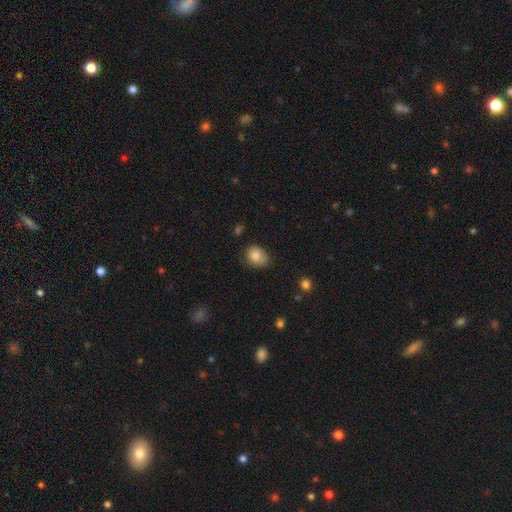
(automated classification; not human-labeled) A smooth galaxy with no disk features (83%) that is in between round and cigar-shaped (53%). Merging: none (60%).